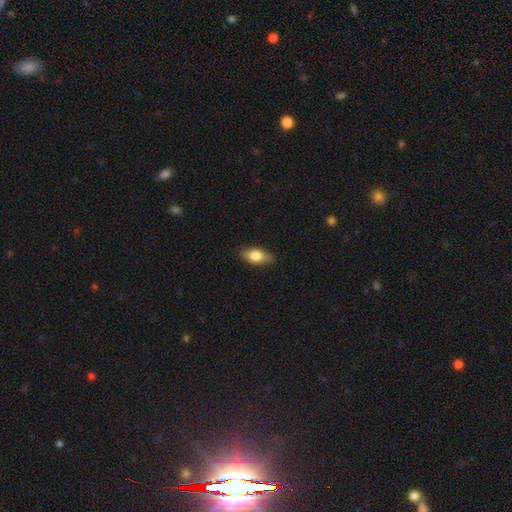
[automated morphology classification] This is likely a smooth galaxy (76%). How rounded: clearly in between (84%). Merging: clearly none (86%).